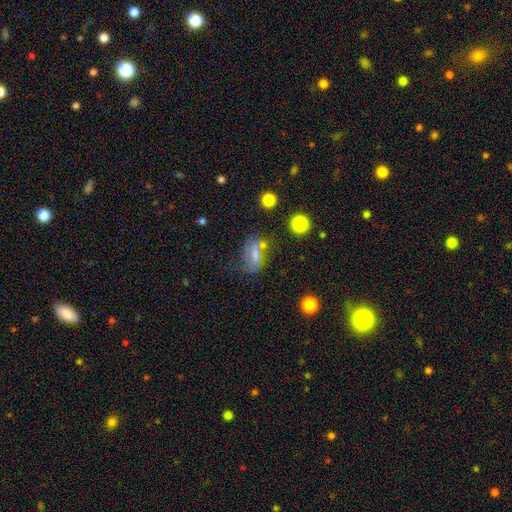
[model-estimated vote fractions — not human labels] Smooth or featured? smooth (47%)
Merging? none (54%)